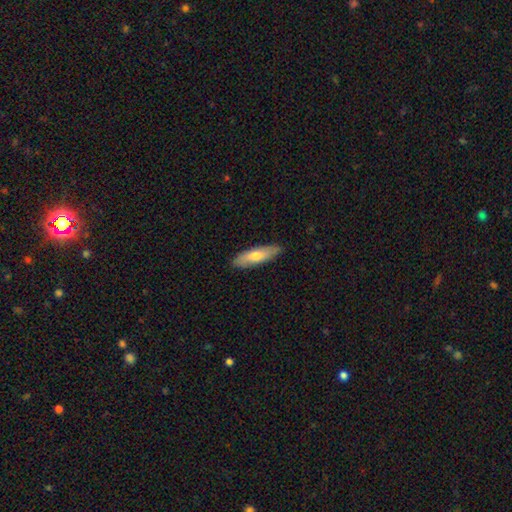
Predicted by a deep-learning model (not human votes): Q: Smooth or featured?
A: smooth (68%); runner-up: featured or disk (26%)
Q: How rounded?
A: cigar-shaped (58%); runner-up: in between (40%)
Q: Merging?
A: none (87%); runner-up: minor disturbance (10%)